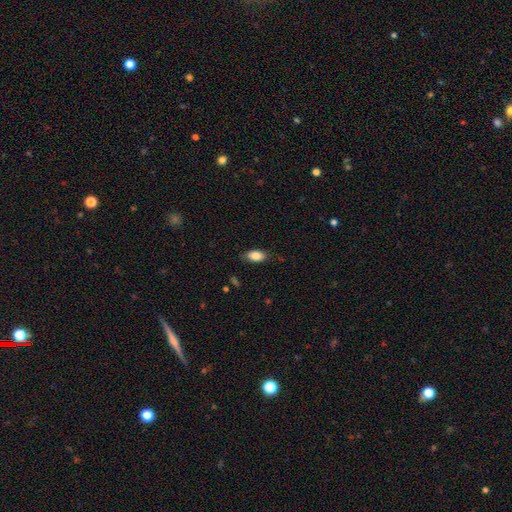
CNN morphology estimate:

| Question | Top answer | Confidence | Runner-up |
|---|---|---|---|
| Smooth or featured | smooth | 84% | featured or disk (9%) |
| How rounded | in between | 90% | round (5%) |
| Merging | none | 80% | minor disturbance (15%) |